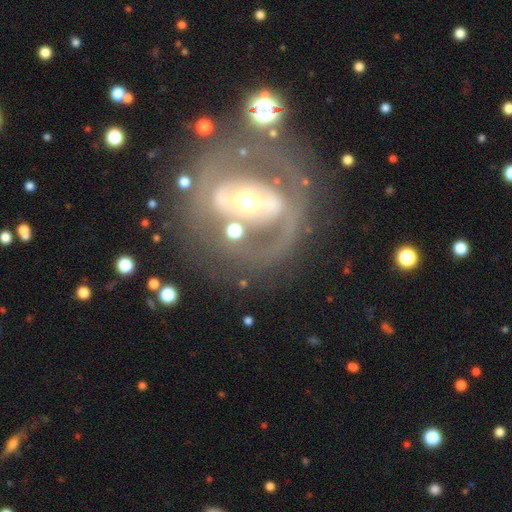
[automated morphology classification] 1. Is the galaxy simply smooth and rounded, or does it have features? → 80% featured or disk, 12% smooth, 8% star or artifact.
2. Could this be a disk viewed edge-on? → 95% no, 5% yes.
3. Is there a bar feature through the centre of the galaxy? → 47% strong, 27% weak, 26% no.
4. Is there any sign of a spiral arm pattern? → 64% yes, 36% no.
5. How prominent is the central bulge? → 49% moderate, 39% small, 9% large, 2% dominant, 2% none.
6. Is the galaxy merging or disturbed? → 64% none, 15% minor disturbance, 15% major disturbance, 6% merger.